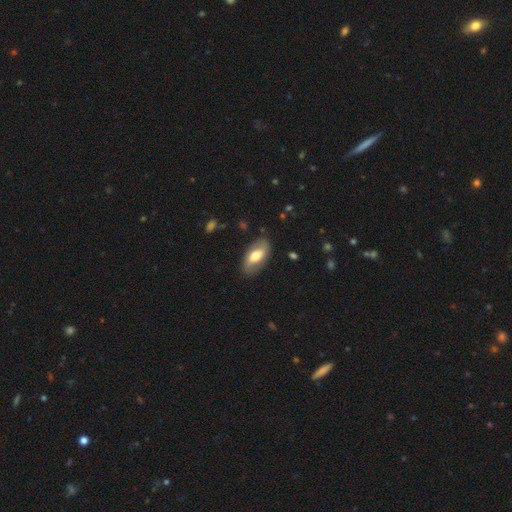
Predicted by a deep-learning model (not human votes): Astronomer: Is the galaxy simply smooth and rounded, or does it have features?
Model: featured or disk — 51% (runner-up: smooth, 44%).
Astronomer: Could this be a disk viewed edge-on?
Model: no — 88%.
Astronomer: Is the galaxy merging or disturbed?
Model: none — 81%.